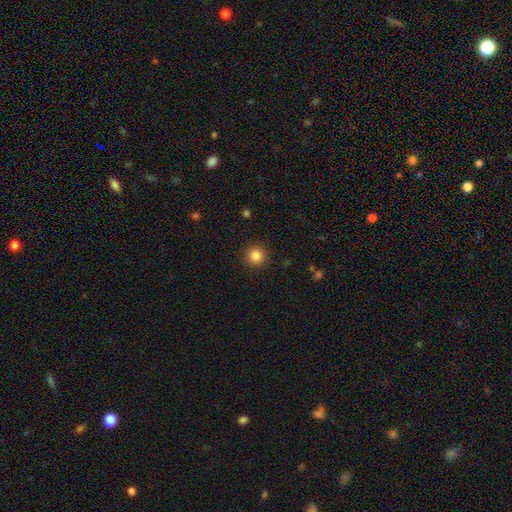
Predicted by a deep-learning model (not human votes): Overall: smooth (85%). How rounded: round (95%). Merging: none (92%).